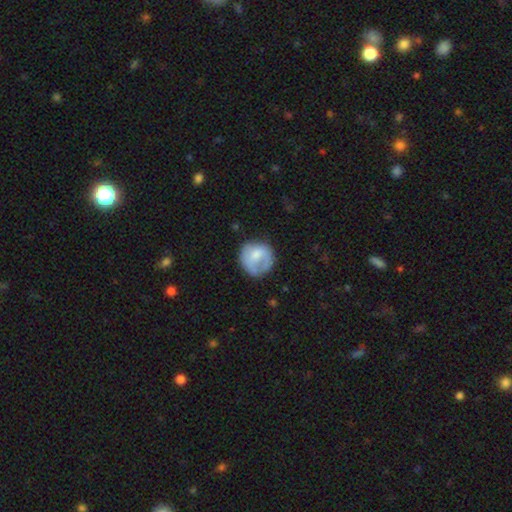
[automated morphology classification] The model was most divided on "smooth or featured": smooth: 63%, featured or disk: 31%, star or artifact: 7%. More confident: how rounded — round (85%); merging — none (58%).